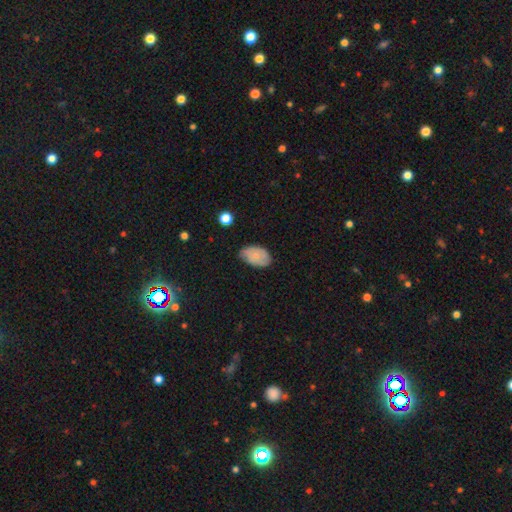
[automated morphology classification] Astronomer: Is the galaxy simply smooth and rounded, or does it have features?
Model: smooth — 65%.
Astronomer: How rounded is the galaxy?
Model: in between — 89%.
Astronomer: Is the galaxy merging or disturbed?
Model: none — 63%.